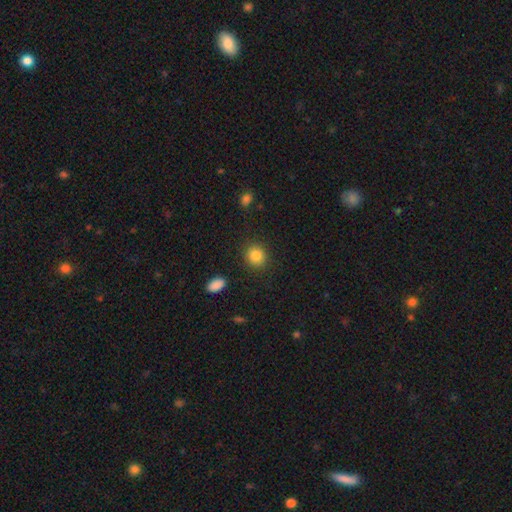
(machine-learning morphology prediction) A smooth galaxy with no disk features (85%) that is round (80%). Merging: none (89%).